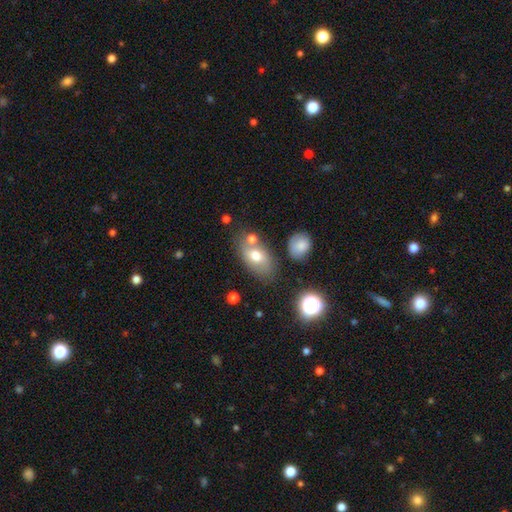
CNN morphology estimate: Overall: smooth (70%). How rounded: in between (86%). Merging: none (61%).